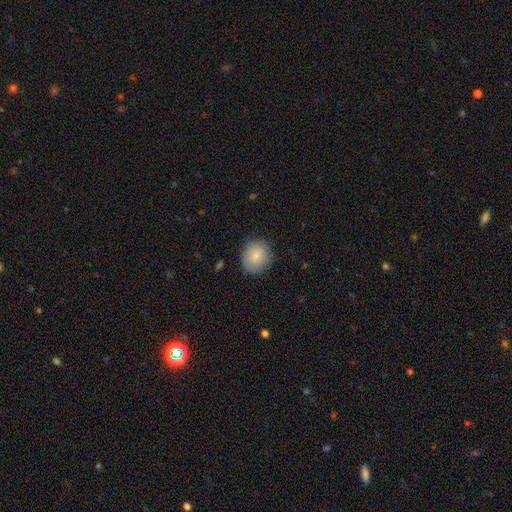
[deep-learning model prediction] Smooth or featured?
  - smooth: 85% *
  - featured or disk: 8%
  - star or artifact: 7%
How rounded?
  - round: 69% *
  - in between: 30%
  - cigar-shaped: 1%
Merging?
  - none: 85% *
  - minor disturbance: 12%
  - major disturbance: 3%
  - merger: 1%